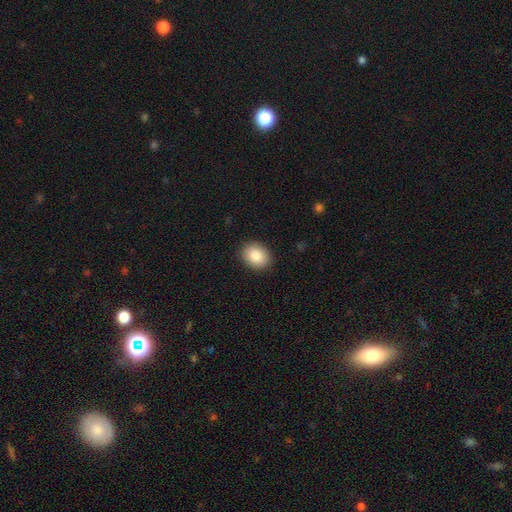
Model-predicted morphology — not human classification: type=smooth (85%); roundness=in between (52%); merging=none (90%).